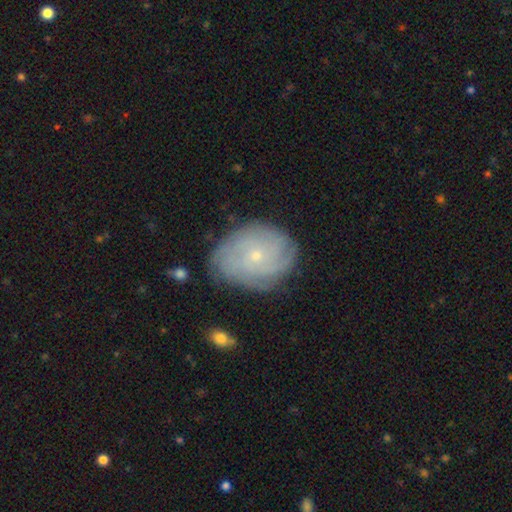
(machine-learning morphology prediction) smooth-or-featured: featured or disk: 72% | smooth: 20% | star or artifact: 8%
  disk-edge-on: no: 97% | yes: 3%
    bar: no: 81% | weak: 16% | strong: 2%
    has-spiral-arms: yes: 91% | no: 9%
      spiral-winding: tight: 73% | medium: 21% | loose: 7%
      spiral-arm-count: can't tell: 43% | 4: 20% | 3: 12% | more than 4: 11% | 2: 9% | 1: 6%
    bulge-size: small: 79% | moderate: 18% | none: 1% | large: 1% | dominant: 1%
  merging: none: 77% | minor disturbance: 17% | major disturbance: 5% | merger: 2%